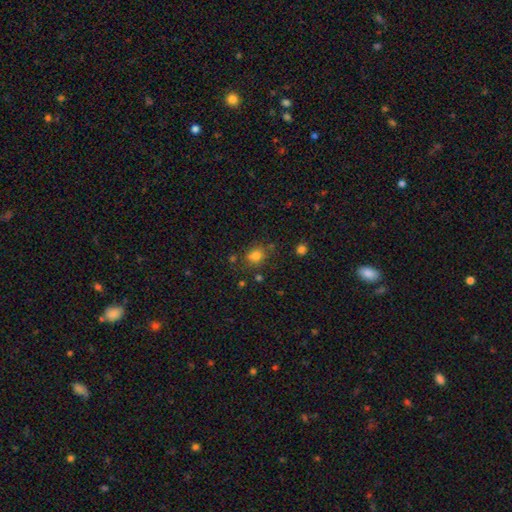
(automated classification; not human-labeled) A smooth galaxy with no disk features (79%) that is round (64%).

Vote fractions:
- Smooth or featured? smooth: 79% / star or artifact: 14% / featured or disk: 7%
- How rounded? round: 64% / in between: 35% / cigar-shaped: 1%
- Merging? none: 71% / minor disturbance: 16% / merger: 7% / major disturbance: 5%